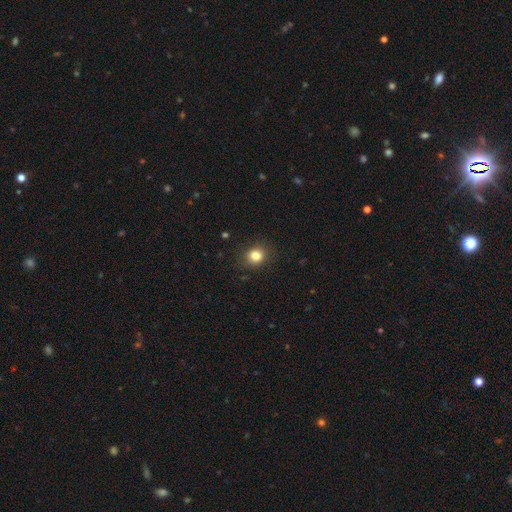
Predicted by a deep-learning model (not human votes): smooth_or_featured: smooth (p=0.83) [alt: star or artifact p=0.11]
how_rounded: round (p=0.72) [alt: in between p=0.27]
merging: none (p=0.86) [alt: minor disturbance p=0.10]